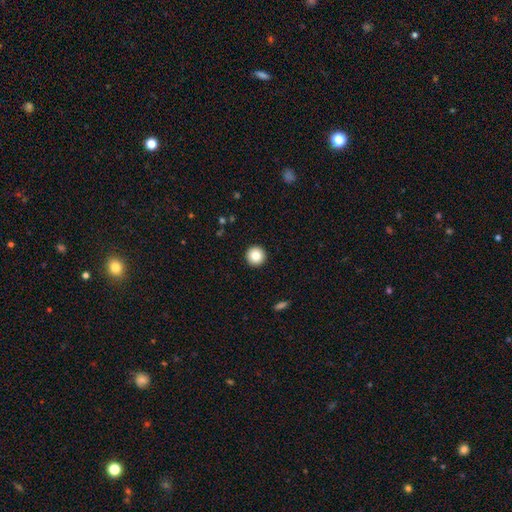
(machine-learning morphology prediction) A smooth galaxy with no disk features (85%) that is round (97%).

Vote fractions:
- Smooth or featured? smooth: 85% / star or artifact: 9% / featured or disk: 6%
- How rounded? round: 97% / in between: 2% / cigar-shaped: 1%
- Merging? none: 94% / minor disturbance: 4% / major disturbance: 1% / merger: 1%